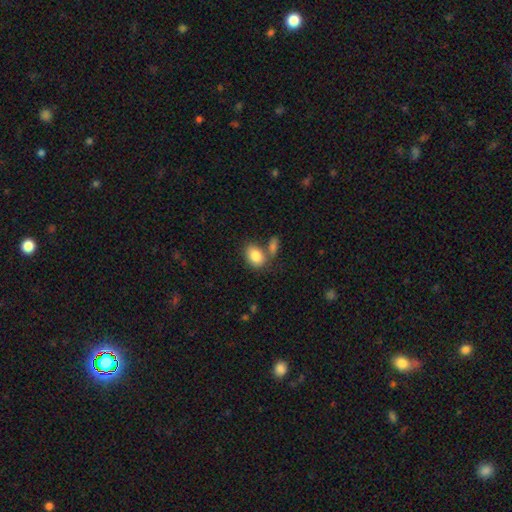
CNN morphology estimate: Q: Smooth or featured?
A: smooth (84%); runner-up: featured or disk (9%)
Q: How rounded?
A: in between (82%); runner-up: round (17%)
Q: Merging?
A: none (54%); runner-up: merger (28%)